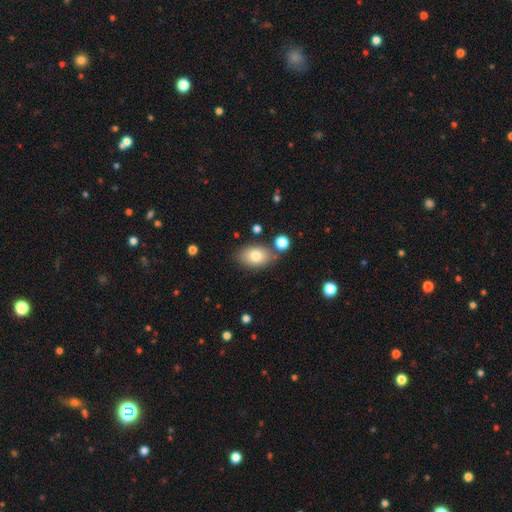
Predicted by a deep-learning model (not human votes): Smooth or featured? smooth (78%)
How rounded? in between (87%)
Merging? none (74%)